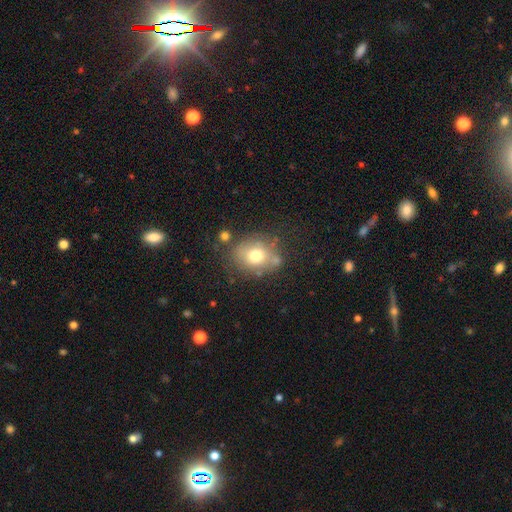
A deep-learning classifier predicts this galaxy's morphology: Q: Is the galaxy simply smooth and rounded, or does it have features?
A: smooth — 70%.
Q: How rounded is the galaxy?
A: round — 60%.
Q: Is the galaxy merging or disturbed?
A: none — 68%.